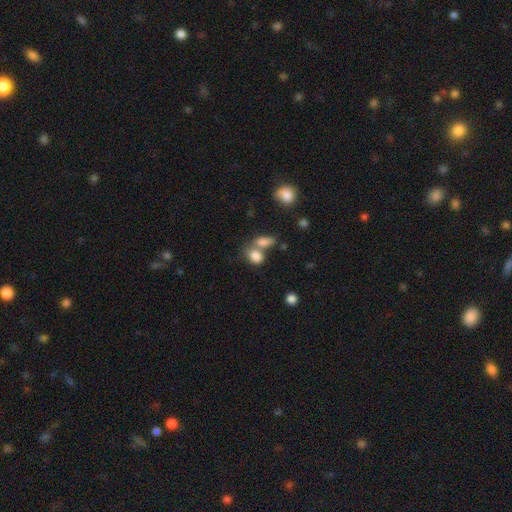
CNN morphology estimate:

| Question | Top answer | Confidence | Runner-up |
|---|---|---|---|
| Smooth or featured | smooth | 82% | star or artifact (10%) |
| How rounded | in between | 74% | round (24%) |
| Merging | merger | 53% | none (33%) |